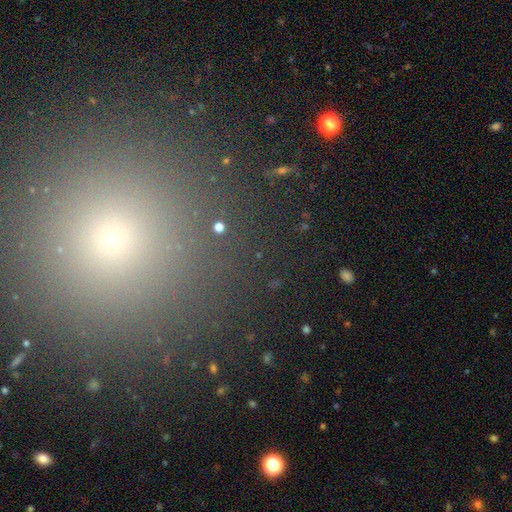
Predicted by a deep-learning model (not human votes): Morphology: type=smooth (57%); roundness=round (94%); merging=none (91%).